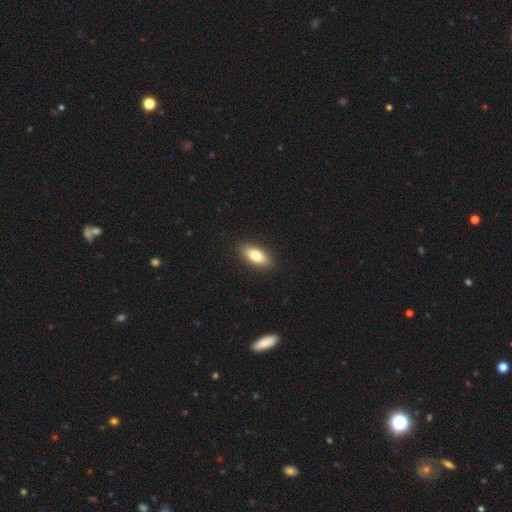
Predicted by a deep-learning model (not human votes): Smooth or featured?
  - smooth: 80% *
  - featured or disk: 13%
  - star or artifact: 7%
How rounded?
  - in between: 86% *
  - cigar-shaped: 10%
  - round: 4%
Merging?
  - none: 90% *
  - minor disturbance: 7%
  - major disturbance: 2%
  - merger: 1%